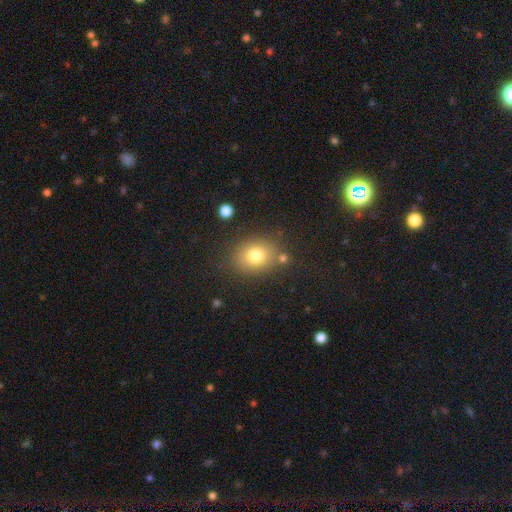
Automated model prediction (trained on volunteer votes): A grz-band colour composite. It shows a smooth galaxy with no disk features (78%) that is round (51%). Merging: none (78%).